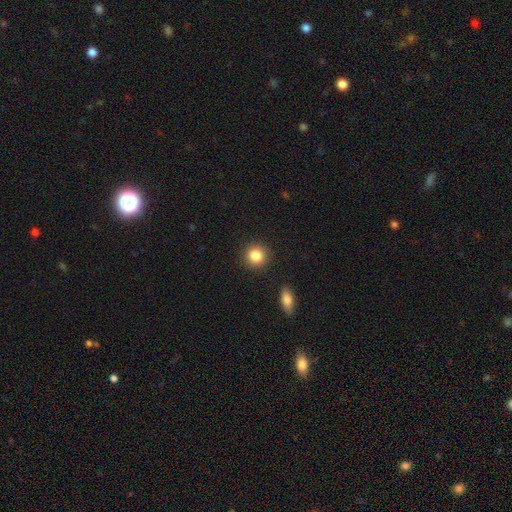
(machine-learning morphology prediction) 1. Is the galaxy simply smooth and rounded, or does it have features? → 86% smooth, 9% star or artifact, 6% featured or disk.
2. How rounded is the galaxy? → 91% round, 8% in between, 1% cigar-shaped.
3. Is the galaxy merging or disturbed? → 90% none, 6% minor disturbance, 2% merger, 2% major disturbance.